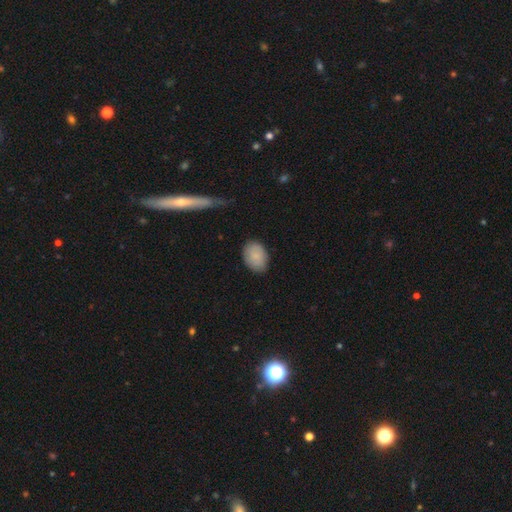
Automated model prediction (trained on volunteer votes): Smooth or featured? Predicted: smooth (p=0.83). How rounded? Predicted: in between (p=0.79). Merging? Predicted: none (p=0.80).